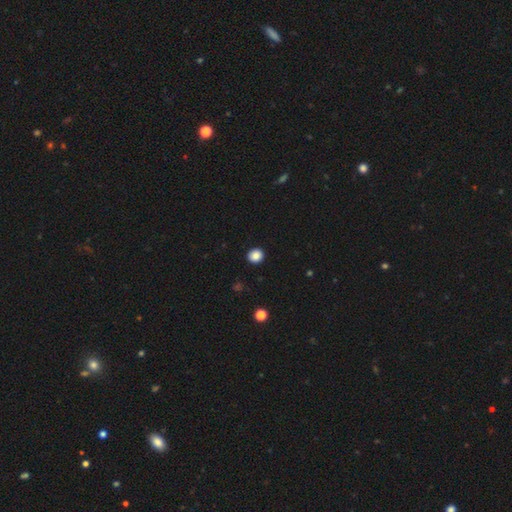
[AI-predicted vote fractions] This is clearly a smooth galaxy (86%). How rounded: clearly round (84%). Merging: clearly none (93%).